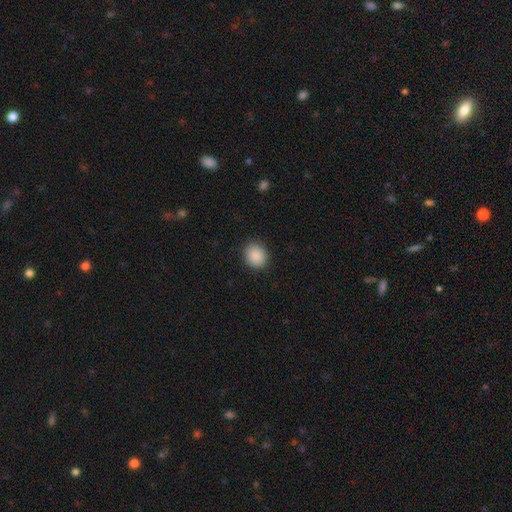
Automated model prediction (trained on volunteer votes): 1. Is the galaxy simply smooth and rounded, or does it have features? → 89% smooth, 8% star or artifact, 3% featured or disk.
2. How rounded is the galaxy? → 73% round, 26% in between, 1% cigar-shaped.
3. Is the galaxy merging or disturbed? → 90% none, 7% minor disturbance, 2% major disturbance, 1% merger.